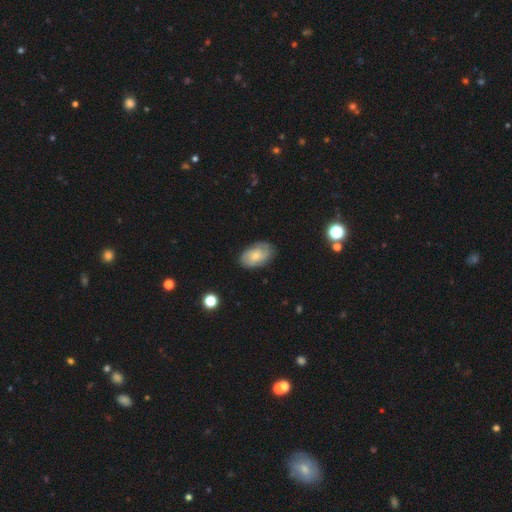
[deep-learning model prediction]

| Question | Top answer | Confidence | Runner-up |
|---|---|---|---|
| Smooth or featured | smooth | 48% | featured or disk (45%) |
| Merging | none | 79% | minor disturbance (16%) |